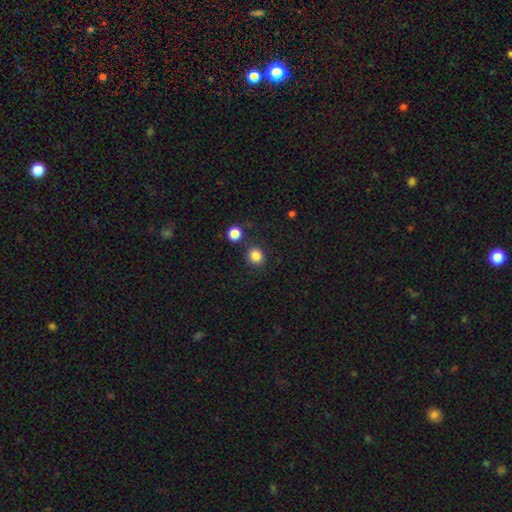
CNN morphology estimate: type=smooth (84%); roundness=round (85%); merging=none (84%).